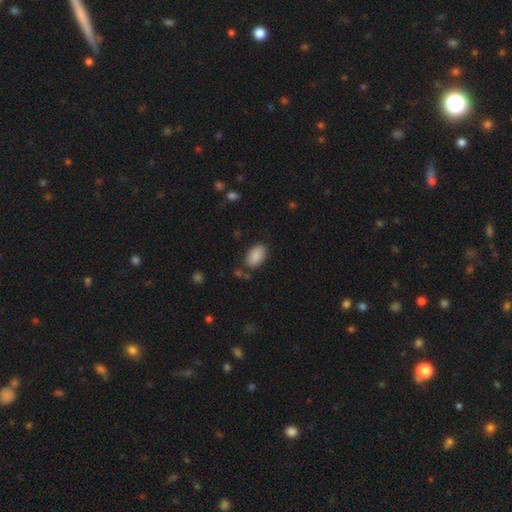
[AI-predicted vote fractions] This is clearly a smooth galaxy (88%). How rounded: clearly in between (92%). Merging: likely none (78%).